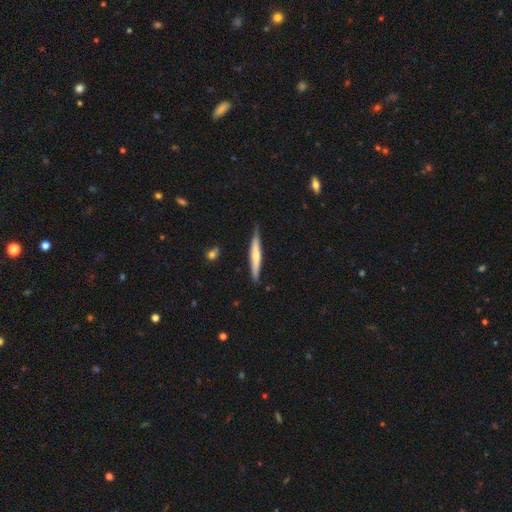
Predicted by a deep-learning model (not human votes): smooth_or_featured: smooth (p=0.49) [alt: featured or disk p=0.46]
merging: none (p=0.81) [alt: minor disturbance p=0.15]